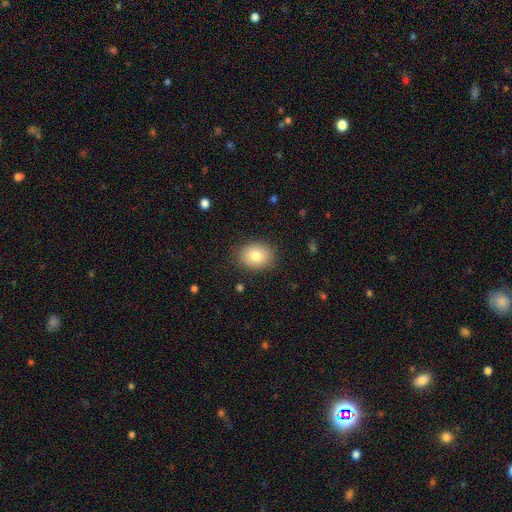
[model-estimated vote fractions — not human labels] A smooth galaxy with no disk features (80%) that is in between round and cigar-shaped (55%).

Vote fractions:
- Smooth or featured? smooth: 80% / featured or disk: 11% / star or artifact: 9%
- How rounded? in between: 55% / round: 44% / cigar-shaped: 1%
- Merging? none: 86% / minor disturbance: 10% / major disturbance: 3% / merger: 1%